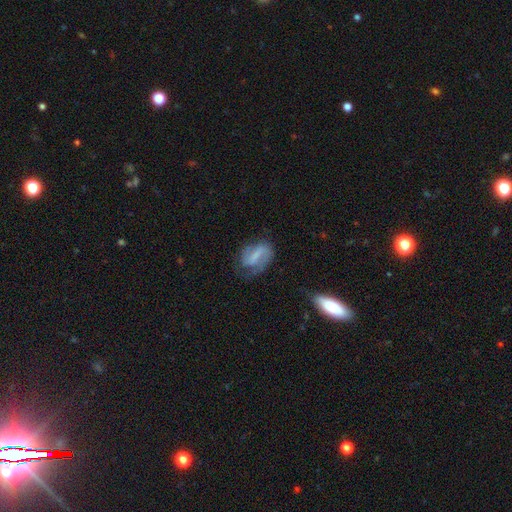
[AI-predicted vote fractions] Morphology: type=featured or disk (59%); edge-on=no (95%); bar=weak (41%); spiral arms=yes (81%); bulge=none (43%); merging=none (53%).